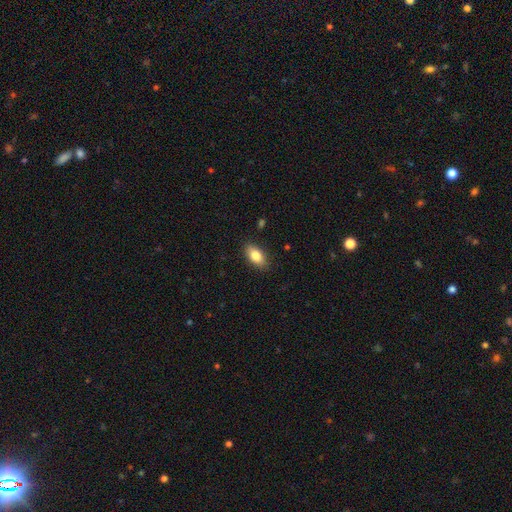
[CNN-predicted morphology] Smooth or featured? smooth (81%)
How rounded? in between (89%)
Merging? none (87%)